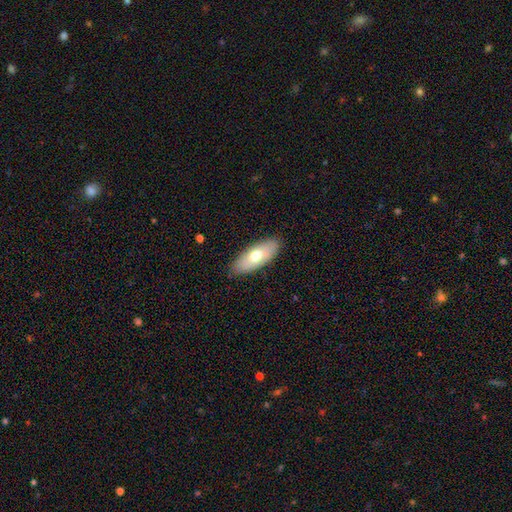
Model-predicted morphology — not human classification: Overall: smooth (65%; featured or disk 29%). How rounded: in between (79%). Merging: none (86%).